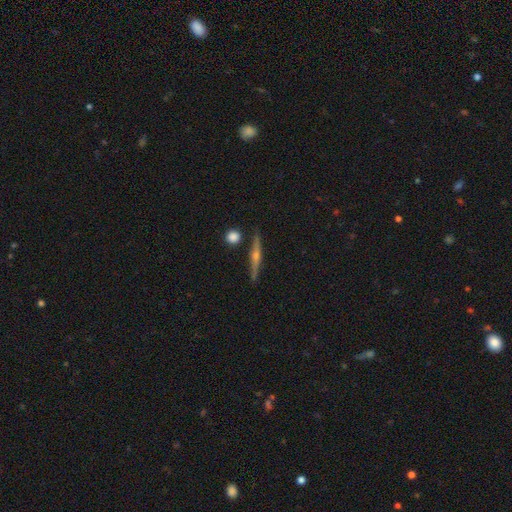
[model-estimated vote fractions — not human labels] Smooth or featured: featured or disk — 75% (smooth — 19%)
Edge-on disk: yes — 98% (no — 2%)
Edge-on bulge: rounded — 86% (none — 9%)
Merging: none — 88% (minor disturbance — 8%)